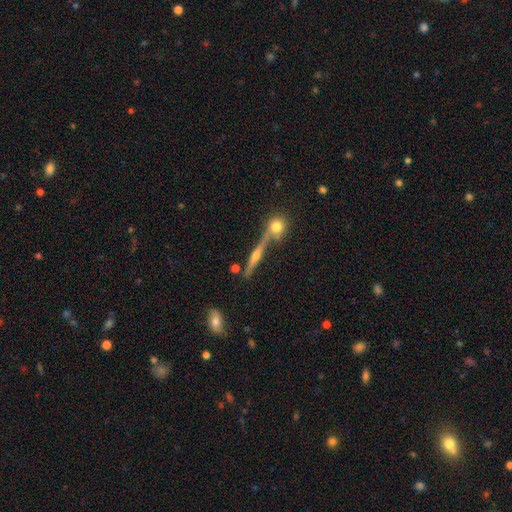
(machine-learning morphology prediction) type=featured or disk (72%); edge-on=yes (96%); edge-on bulge=rounded (88%); merging=none (69%).